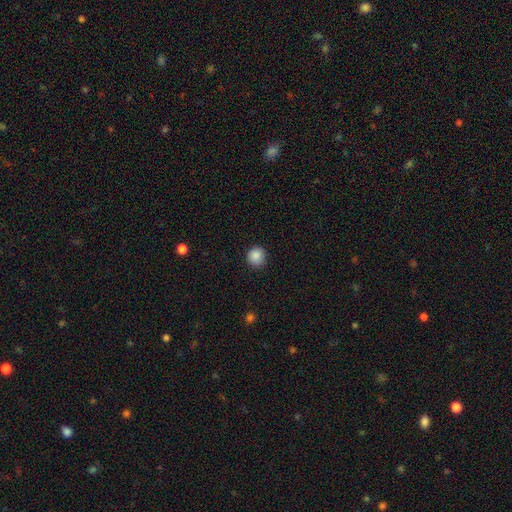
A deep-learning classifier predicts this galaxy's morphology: type=smooth (87%); roundness=round (93%); merging=none (88%).